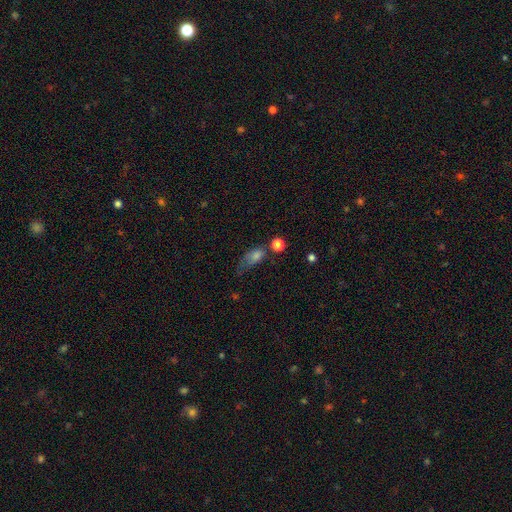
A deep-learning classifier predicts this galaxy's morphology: This is likely a smooth galaxy (69%). How rounded: likely in between (72%). Merging: marginally none (30%).